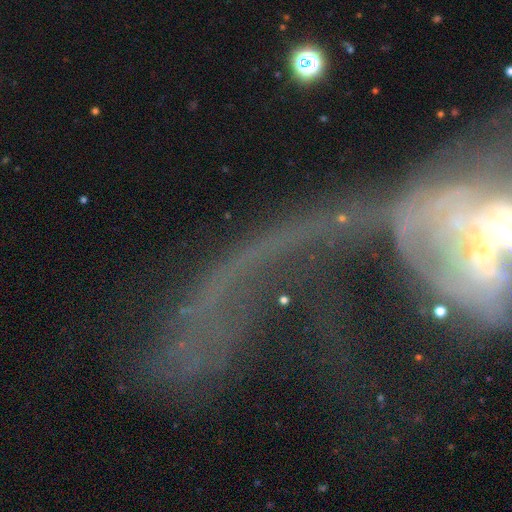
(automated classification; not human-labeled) Smooth or featured? featured or disk (53%)
Edge-on disk? no (71%)
Merging? major disturbance (35%)